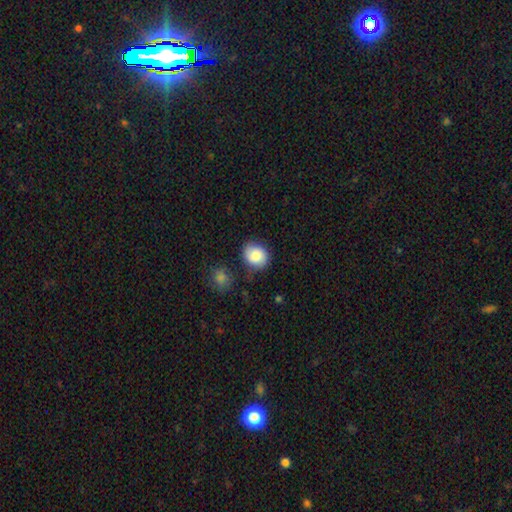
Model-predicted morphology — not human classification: Smooth or featured?
  - smooth: 84% *
  - featured or disk: 9%
  - star or artifact: 7%
How rounded?
  - round: 58% *
  - in between: 41%
  - cigar-shaped: 1%
Merging?
  - none: 76% *
  - minor disturbance: 16%
  - merger: 4%
  - major disturbance: 4%